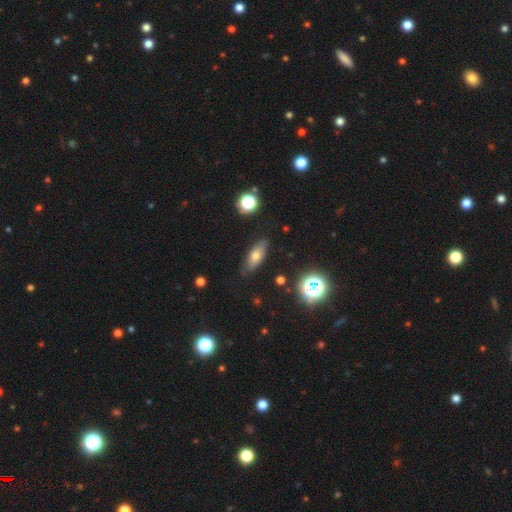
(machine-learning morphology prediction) smooth_or_featured: smooth (p=0.64) [alt: featured or disk p=0.25]
how_rounded: in between (p=0.69) [alt: cigar-shaped p=0.26]
merging: none (p=0.82) [alt: minor disturbance p=0.13]